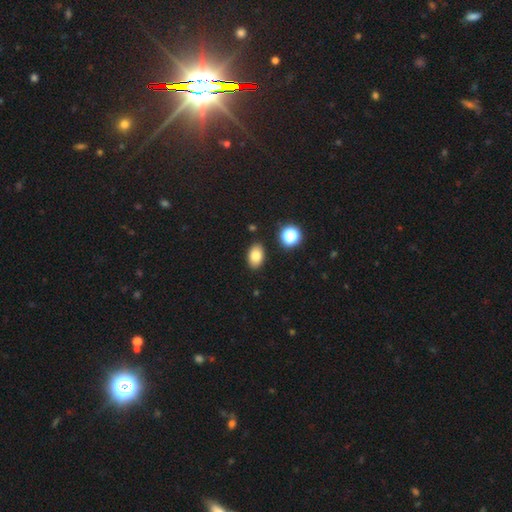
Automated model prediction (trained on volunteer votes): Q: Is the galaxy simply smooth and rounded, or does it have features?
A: smooth — 81%.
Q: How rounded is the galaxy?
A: in between — 86%.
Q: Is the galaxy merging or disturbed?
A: none — 87%.